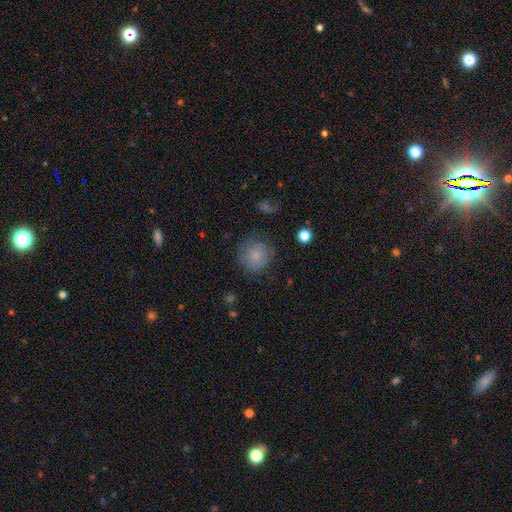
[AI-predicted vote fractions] The model was most divided on "merging": none: 79%, minor disturbance: 14%, major disturbance: 5%, merger: 2%. More confident: how rounded — round (92%); smooth or featured — smooth (81%).